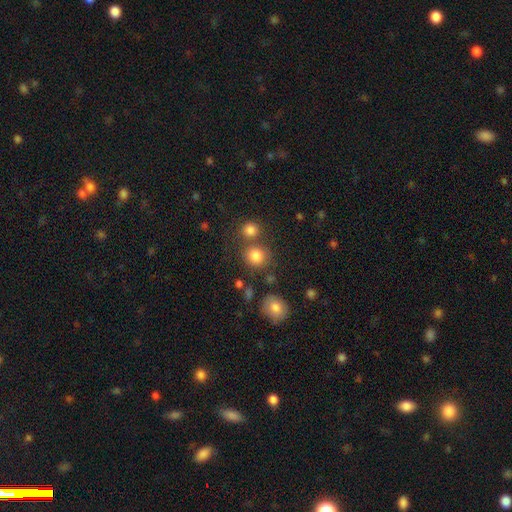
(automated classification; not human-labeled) Smooth or featured? smooth (82%)
How rounded? round (83%)
Merging? none (67%)